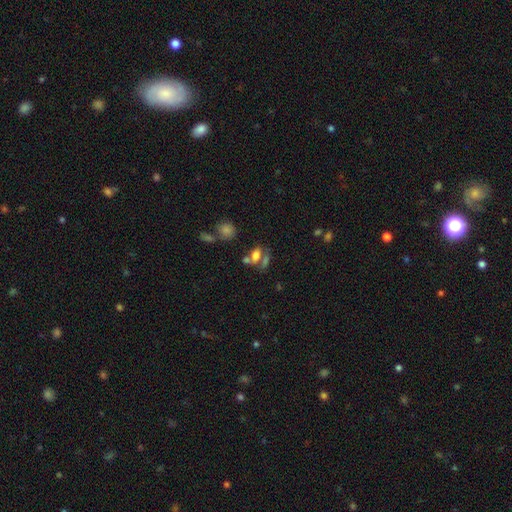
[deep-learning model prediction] The model was most divided on "merging": none: 41%, merger: 38%, minor disturbance: 13%, major disturbance: 9%. More confident: how rounded — in between (77%); smooth or featured — smooth (67%).